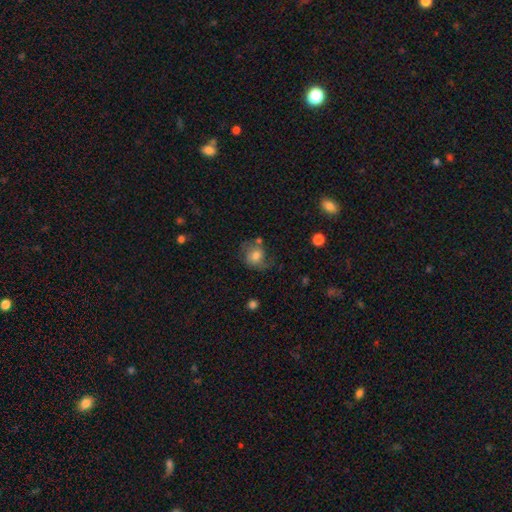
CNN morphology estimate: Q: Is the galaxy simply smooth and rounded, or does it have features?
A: smooth — 57%.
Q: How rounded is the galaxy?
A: round — 71%.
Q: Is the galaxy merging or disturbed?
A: none — 57%.